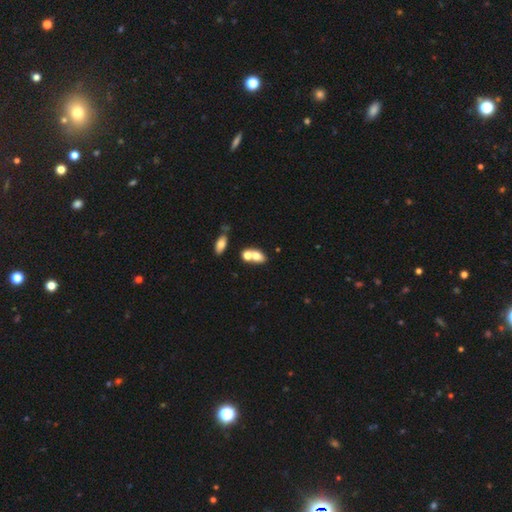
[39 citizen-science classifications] Smooth or featured?
  - smooth: 59% *
  - featured or disk: 33%
  - star or artifact: 8%
How rounded?
  - in between: 78% *
  - round: 22%
  - cigar-shaped: 0%
Merging?
  - merger: 53% *
  - none: 25%
  - minor disturbance: 19%
  - major disturbance: 3%